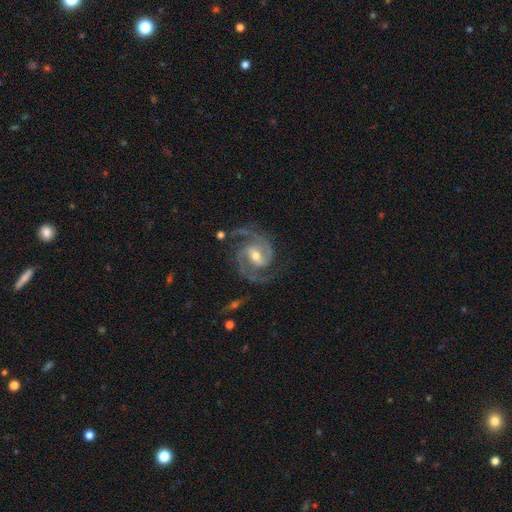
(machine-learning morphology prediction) type=featured or disk (94%); edge-on=no (98%); bar=weak (47%); spiral arms=yes (99%); winding=medium (54%); arm count=2 (79%); bulge=moderate (56%); merging=none (77%).